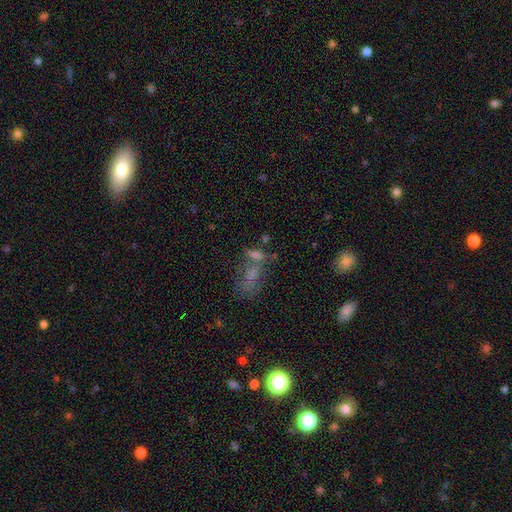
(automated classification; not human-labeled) smooth_or_featured: smooth (p=0.57) [alt: star or artifact p=0.21]
how_rounded: in between (p=0.74) [alt: cigar-shaped p=0.14]
merging: merger (p=0.43) [alt: none p=0.31]